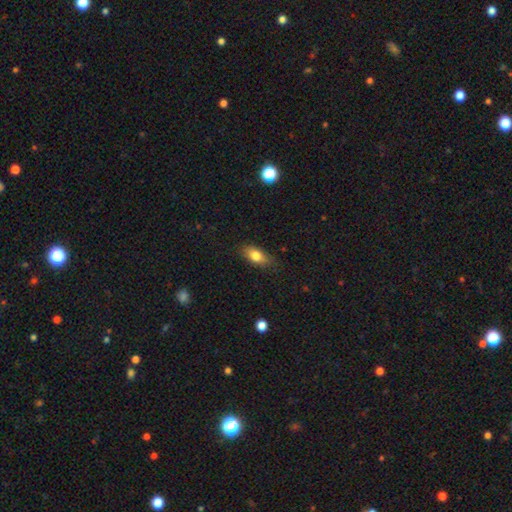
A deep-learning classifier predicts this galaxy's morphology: smooth-or-featured: smooth: 80% | featured or disk: 12% | star or artifact: 8%
  how-rounded: in between: 85% | cigar-shaped: 8% | round: 7%
  merging: none: 79% | minor disturbance: 17% | major disturbance: 3% | merger: 1%